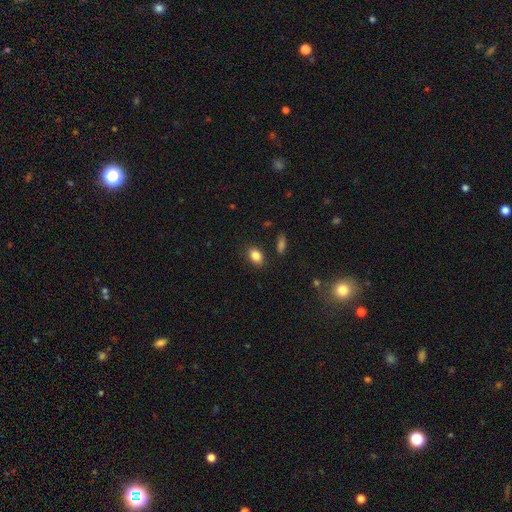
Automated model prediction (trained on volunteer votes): Overall: smooth (85%). How rounded: in between (77%). Merging: none (85%).